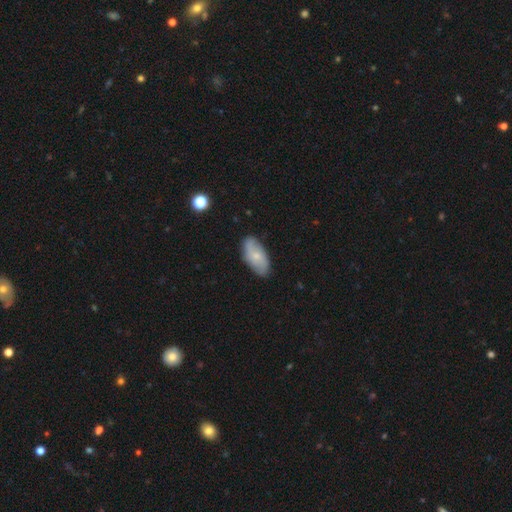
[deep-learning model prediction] smooth-or-featured: smooth: 59% | featured or disk: 35% | star or artifact: 7%
  how-rounded: in between: 92% | cigar-shaped: 5% | round: 3%
  merging: none: 80% | minor disturbance: 16% | major disturbance: 3% | merger: 1%